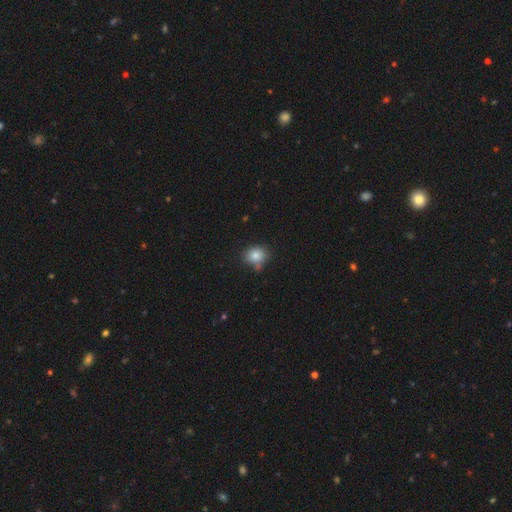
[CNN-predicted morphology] smooth_or_featured: smooth (p=0.82) [alt: star or artifact p=0.10]
how_rounded: round (p=0.62) [alt: in between p=0.37]
merging: none (p=0.67) [alt: minor disturbance p=0.20]